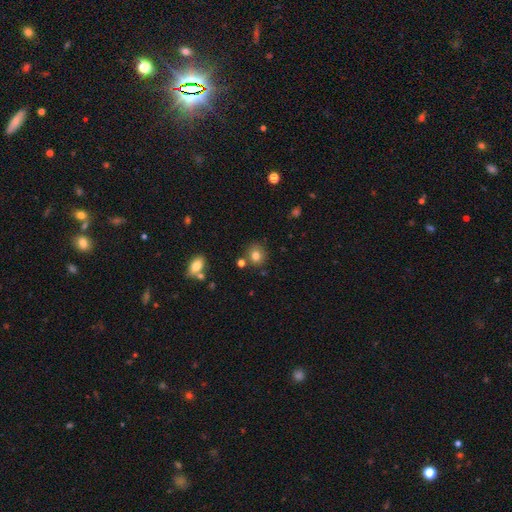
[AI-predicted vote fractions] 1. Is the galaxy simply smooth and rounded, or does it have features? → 79% smooth, 13% star or artifact, 9% featured or disk.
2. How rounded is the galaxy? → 85% round, 14% in between, 1% cigar-shaped.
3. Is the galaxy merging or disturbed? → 79% none, 10% minor disturbance, 7% merger, 3% major disturbance.